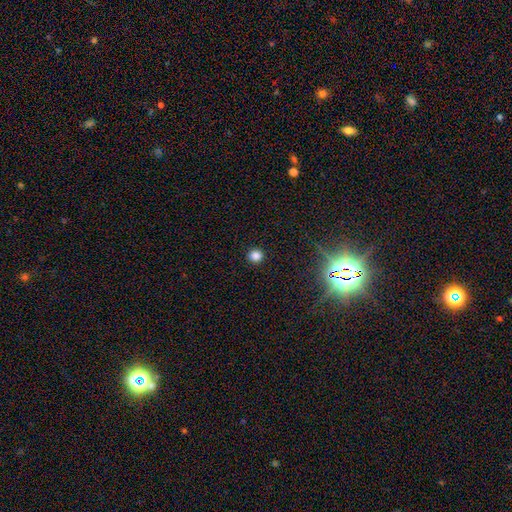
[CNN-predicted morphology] smooth 83%, star or artifact 13%, featured or disk 4%. Down the decision tree: how rounded — round (86%); merging — none (92%).